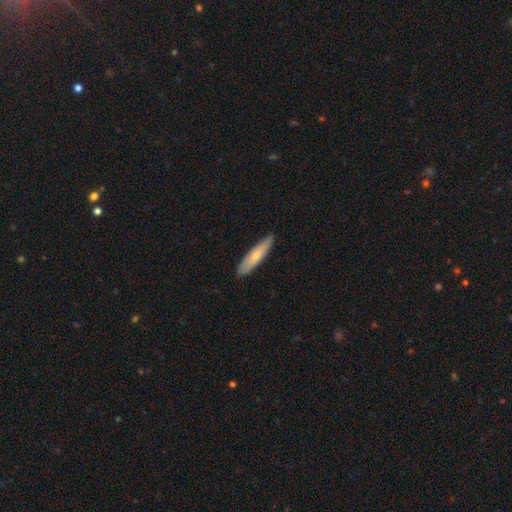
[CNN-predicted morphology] Smooth or featured: smooth — 63% (featured or disk — 32%)
How rounded: cigar-shaped — 83% (in between — 15%)
Merging: none — 87% (minor disturbance — 10%)